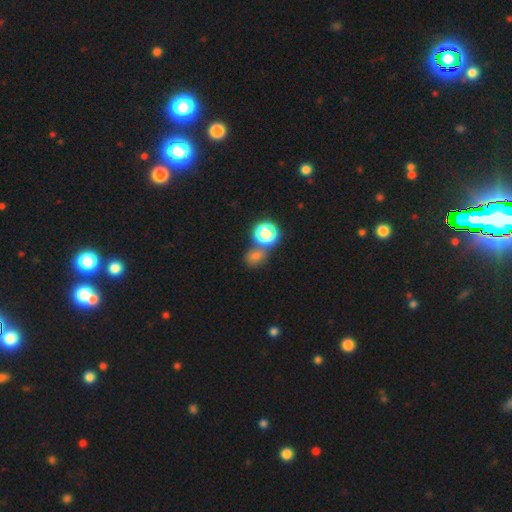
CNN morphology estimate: Q: Smooth or featured?
A: smooth (66%); runner-up: star or artifact (25%)
Q: How rounded?
A: round (65%); runner-up: in between (34%)
Q: Merging?
A: none (52%); runner-up: merger (30%)